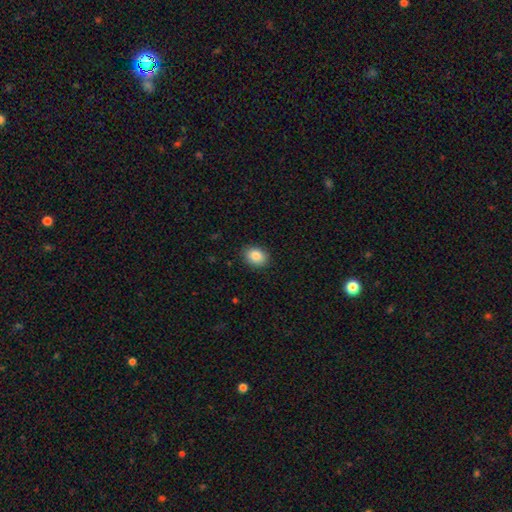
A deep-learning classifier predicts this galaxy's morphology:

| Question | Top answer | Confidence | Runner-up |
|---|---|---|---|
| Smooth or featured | smooth | 86% | star or artifact (8%) |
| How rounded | in between | 61% | round (38%) |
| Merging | none | 89% | minor disturbance (8%) |